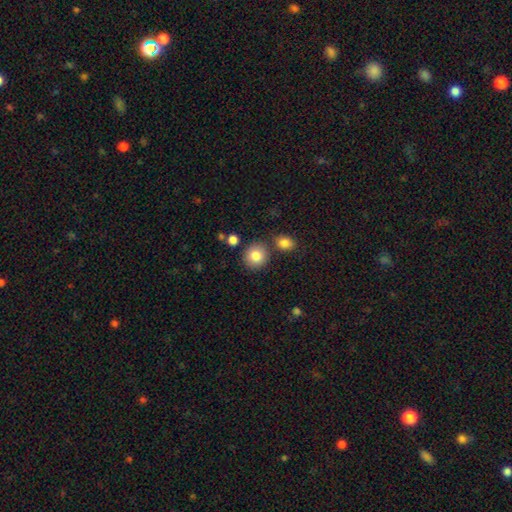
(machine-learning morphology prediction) Smooth or featured? Predicted: smooth (p=0.84). How rounded? Predicted: round (p=0.84). Merging? Predicted: none (p=0.79).